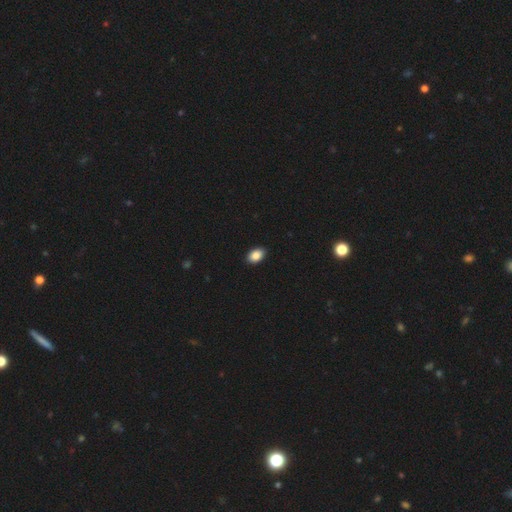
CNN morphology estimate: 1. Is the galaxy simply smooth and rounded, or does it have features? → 88% smooth, 8% star or artifact, 4% featured or disk.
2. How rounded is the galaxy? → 87% in between, 11% round, 1% cigar-shaped.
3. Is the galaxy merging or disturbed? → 91% none, 7% minor disturbance, 1% major disturbance, 1% merger.